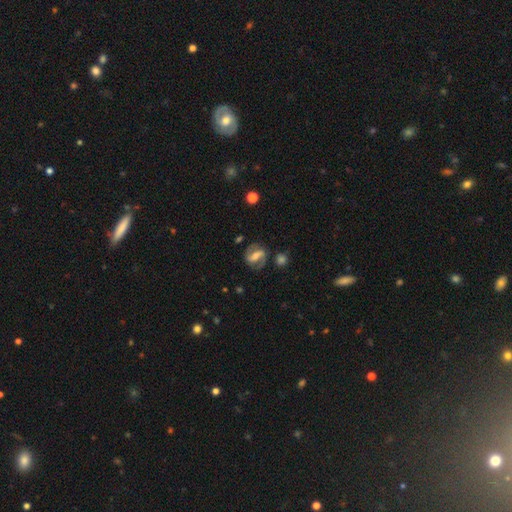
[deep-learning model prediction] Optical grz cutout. It shows a featured or disk galaxy (75%) with a strong bar (58%), 2 (89%) medium (49%) spiral arms (89%) and a moderate central bulge (45%). Merging: none (75%).